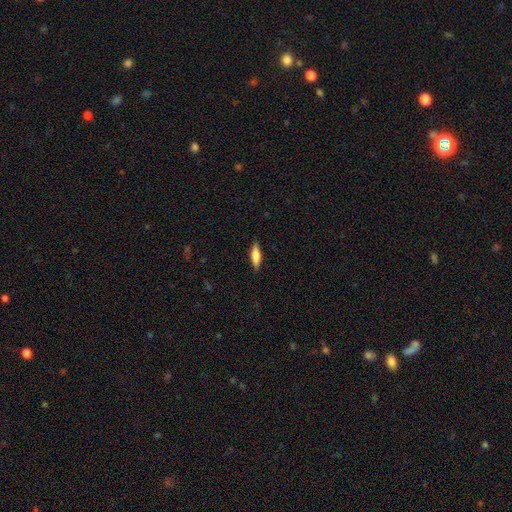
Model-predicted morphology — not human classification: Smooth or featured? Predicted: smooth (p=0.74). How rounded? Predicted: cigar-shaped (p=0.51). Merging? Predicted: none (p=0.88).